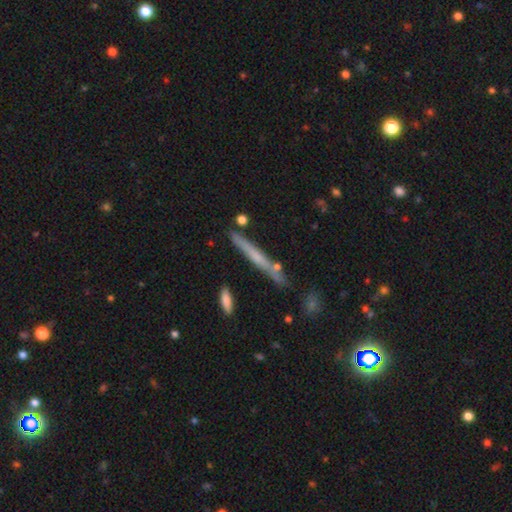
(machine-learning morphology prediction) type=featured or disk (49%); merging=none (81%).